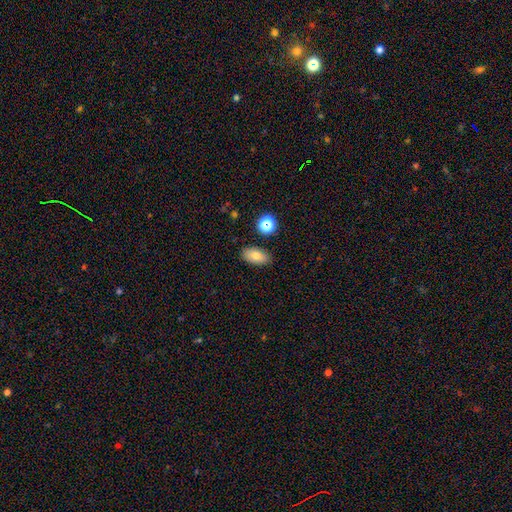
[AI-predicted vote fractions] Smooth or featured?
  - smooth: 77% *
  - featured or disk: 12%
  - star or artifact: 10%
How rounded?
  - in between: 89% *
  - round: 7%
  - cigar-shaped: 4%
Merging?
  - none: 84% *
  - minor disturbance: 11%
  - merger: 3%
  - major disturbance: 2%